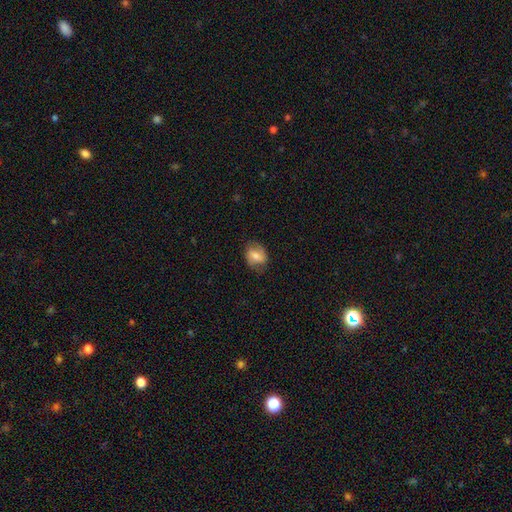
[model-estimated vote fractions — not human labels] This appears to be a smooth galaxy with no disk features (53%) that is in between round and cigar-shaped (55%). Merging: none (74%).